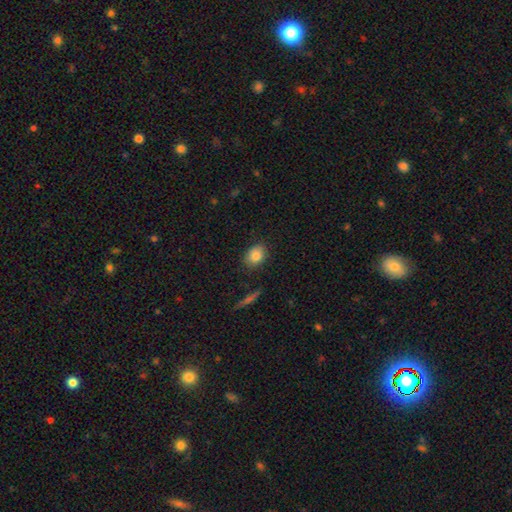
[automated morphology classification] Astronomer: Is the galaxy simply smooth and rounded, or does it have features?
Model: smooth — 83%.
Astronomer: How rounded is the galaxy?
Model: in between — 60% (runner-up: round, 39%).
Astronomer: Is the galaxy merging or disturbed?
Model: none — 84%.